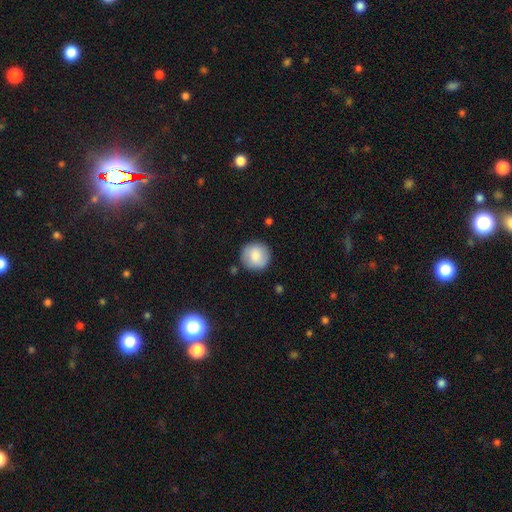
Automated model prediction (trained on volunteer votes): smooth_or_featured: smooth (p=0.81) [alt: featured or disk p=0.12]
how_rounded: round (p=0.94) [alt: in between p=0.05]
merging: none (p=0.87) [alt: minor disturbance p=0.09]